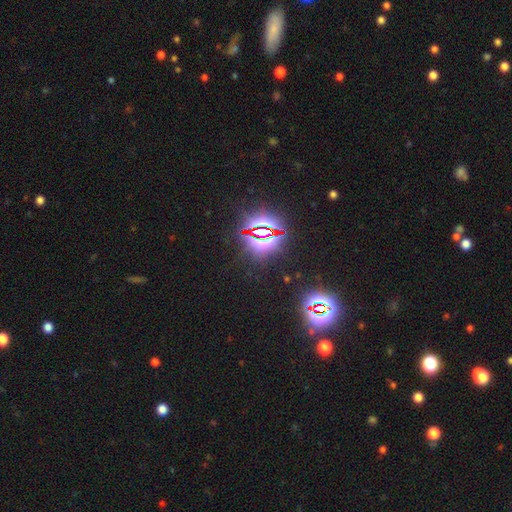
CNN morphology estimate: smooth_or_featured: star or artifact (p=0.84) [alt: smooth p=0.10]